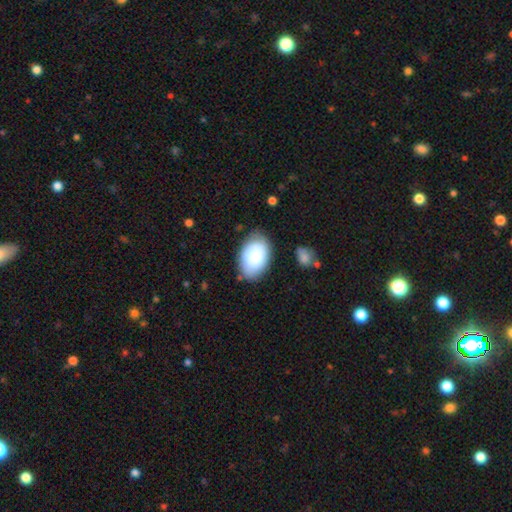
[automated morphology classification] smooth_or_featured: smooth (p=0.84) [alt: featured or disk p=0.10]
how_rounded: in between (p=0.91) [alt: round p=0.08]
merging: none (p=0.77) [alt: minor disturbance p=0.16]